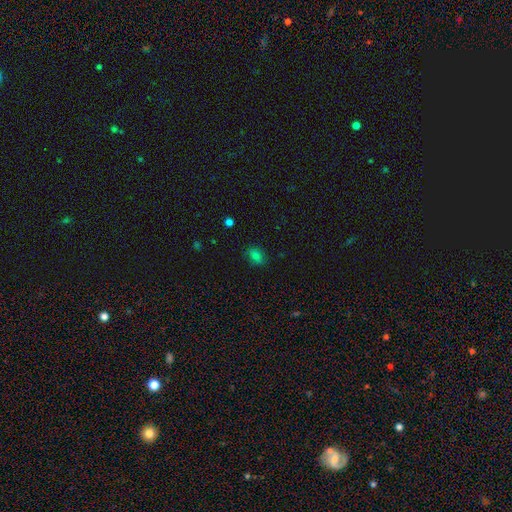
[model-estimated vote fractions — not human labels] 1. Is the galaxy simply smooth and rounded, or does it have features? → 78% smooth, 16% star or artifact, 6% featured or disk.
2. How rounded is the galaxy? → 79% in between, 18% round, 3% cigar-shaped.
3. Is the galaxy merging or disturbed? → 79% none, 16% minor disturbance, 4% major disturbance, 1% merger.